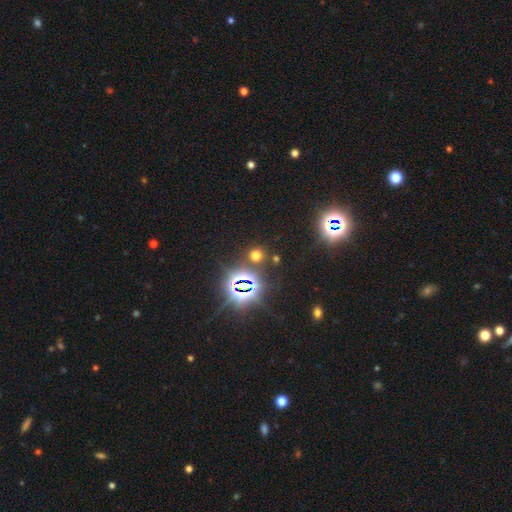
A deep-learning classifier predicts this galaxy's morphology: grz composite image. It shows a smooth galaxy with no disk features (51%) that is round (87%). Merging: none (83%).